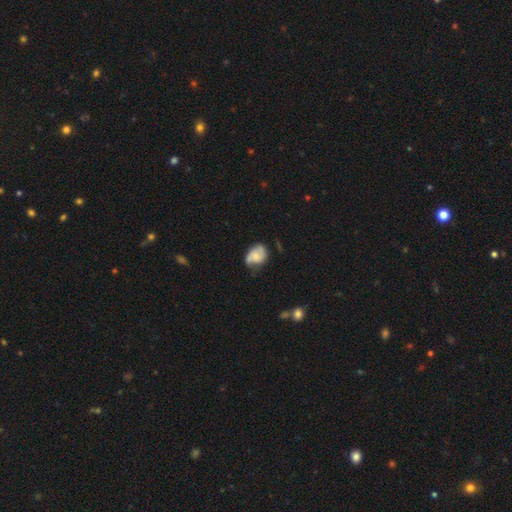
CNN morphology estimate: Smooth or featured: smooth — 46% (tied with featured or disk — 46%)
Merging: none — 53% (minor disturbance — 33%)